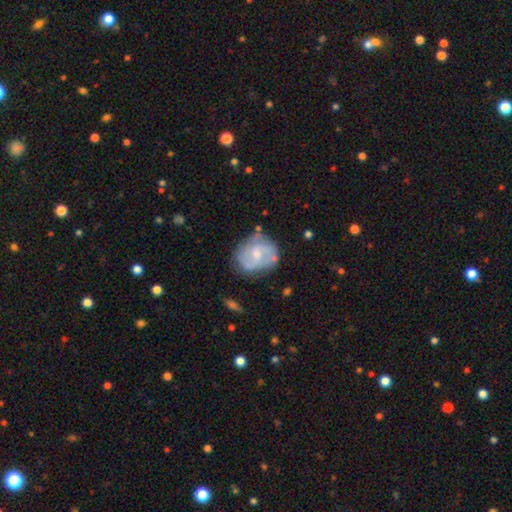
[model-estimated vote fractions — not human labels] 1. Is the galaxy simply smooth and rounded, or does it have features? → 62% featured or disk, 32% smooth, 6% star or artifact.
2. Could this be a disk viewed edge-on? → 97% no, 3% yes.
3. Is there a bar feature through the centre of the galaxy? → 54% no, 40% weak, 6% strong.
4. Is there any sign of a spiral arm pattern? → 77% yes, 23% no.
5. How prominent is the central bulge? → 49% small, 43% moderate, 4% none, 2% large, 1% dominant.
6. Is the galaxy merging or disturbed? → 63% none, 24% minor disturbance, 8% major disturbance, 5% merger.